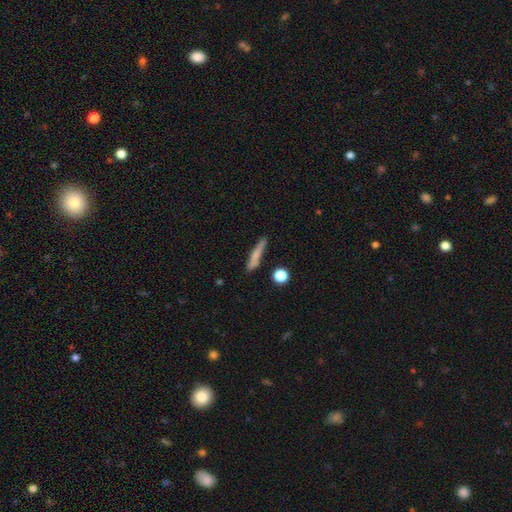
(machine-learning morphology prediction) A smooth galaxy with no disk features (66%) that is cigar-shaped (89%).

Vote fractions:
- Smooth or featured? smooth: 66% / featured or disk: 26% / star or artifact: 8%
- How rounded? cigar-shaped: 89% / in between: 8% / round: 3%
- Merging? none: 75% / minor disturbance: 17% / merger: 4% / major disturbance: 4%